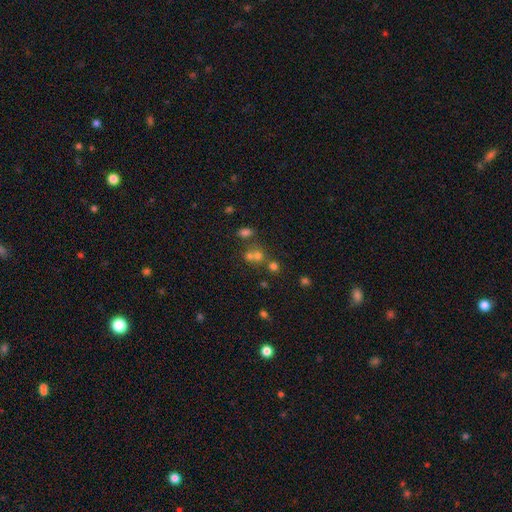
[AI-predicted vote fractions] Overall: smooth (50%; star or artifact 35%). How rounded: round (80%). Merging: none (52%; merger 37%).